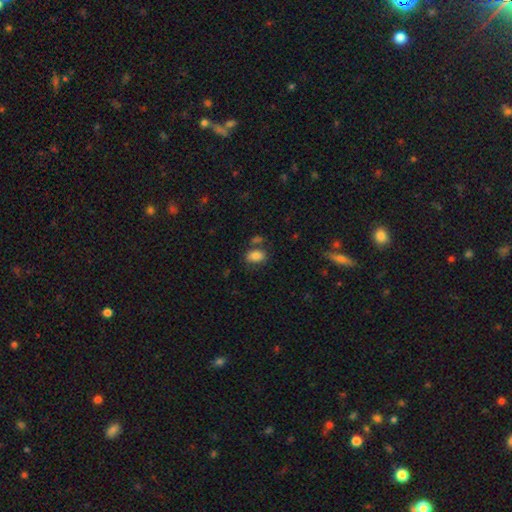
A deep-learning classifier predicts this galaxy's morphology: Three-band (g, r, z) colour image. It shows a smooth galaxy with no disk features (81%) that is in between round and cigar-shaped (86%). Merging: none (63%).